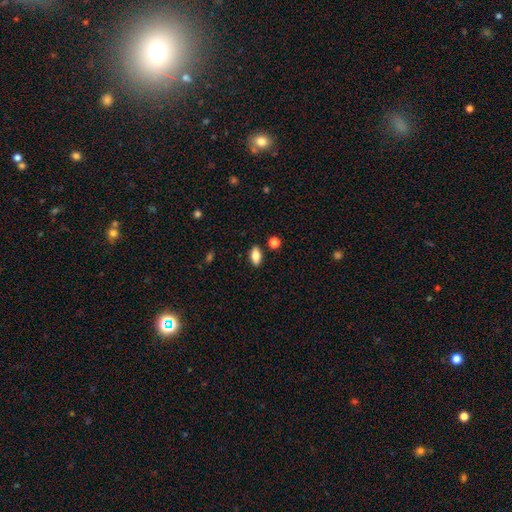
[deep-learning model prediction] Smooth or featured?
  - smooth: 80% *
  - featured or disk: 12%
  - star or artifact: 8%
How rounded?
  - in between: 88% *
  - cigar-shaped: 8%
  - round: 4%
Merging?
  - none: 87% *
  - minor disturbance: 8%
  - merger: 2%
  - major disturbance: 2%